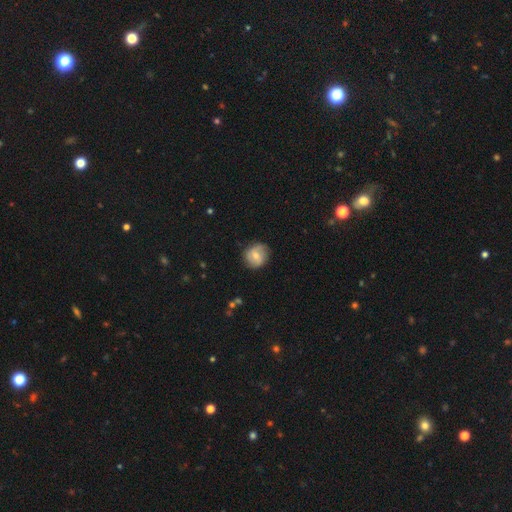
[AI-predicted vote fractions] This appears to be a smooth galaxy with no disk features (53%) that is round (82%). Merging: none (80%).